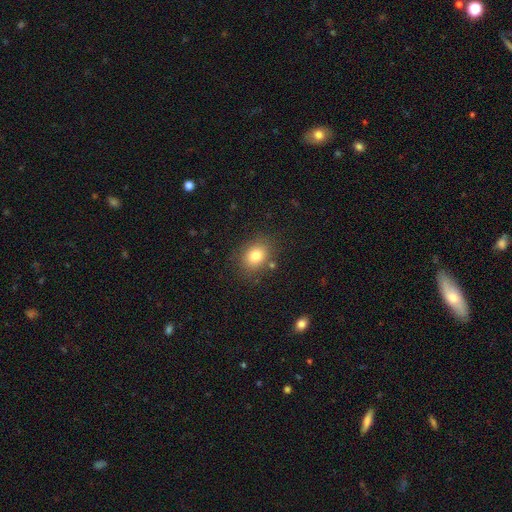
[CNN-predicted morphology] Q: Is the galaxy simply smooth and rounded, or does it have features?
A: smooth — 79%.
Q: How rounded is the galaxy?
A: in between — 52%.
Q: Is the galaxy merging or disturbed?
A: none — 81%.